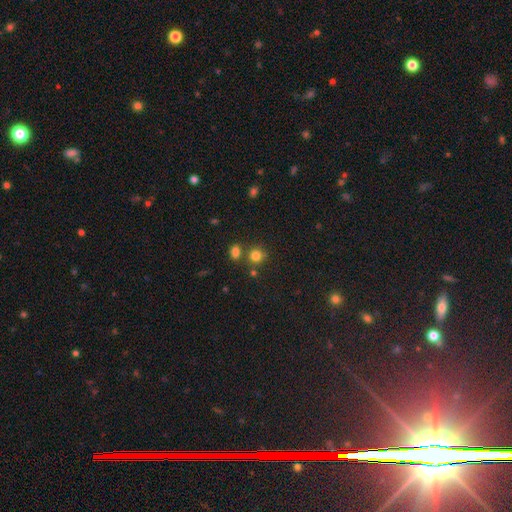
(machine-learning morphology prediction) This is likely a smooth galaxy (79%). How rounded: clearly round (83%). Merging: likely none (68%).